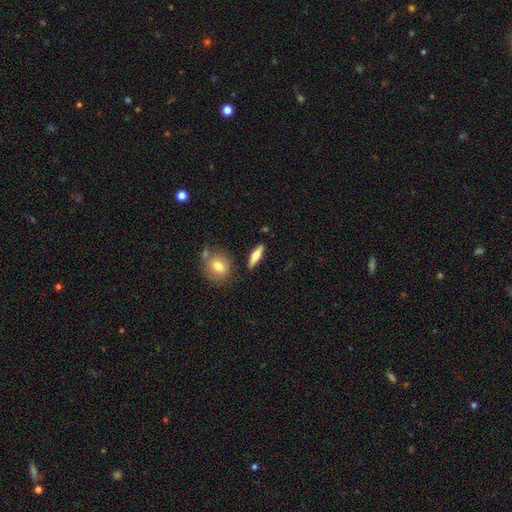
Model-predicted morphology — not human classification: Overall: smooth (68%). How rounded: cigar-shaped (65%; in between 31%). Merging: none (83%).